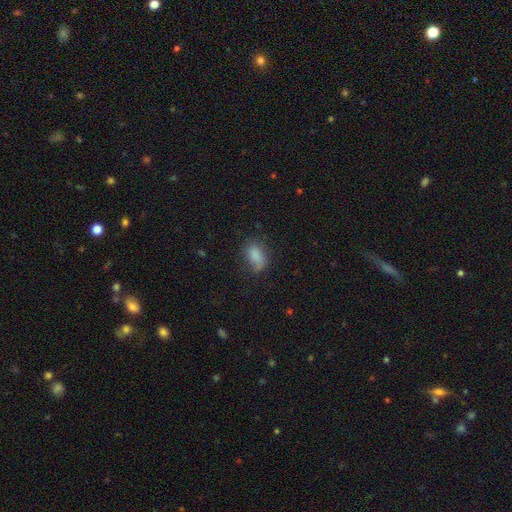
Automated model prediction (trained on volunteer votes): A smooth galaxy with no disk features (81%) that is in between round and cigar-shaped (87%). Merging: none (59%).